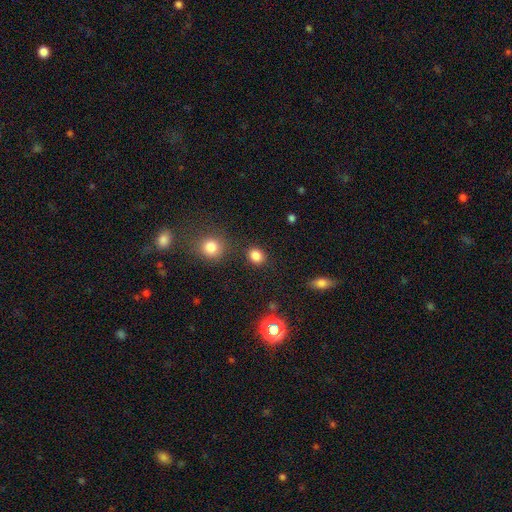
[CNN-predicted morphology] This appears to be a smooth galaxy with no disk features (83%) that is round (67%). Merging: none (86%).